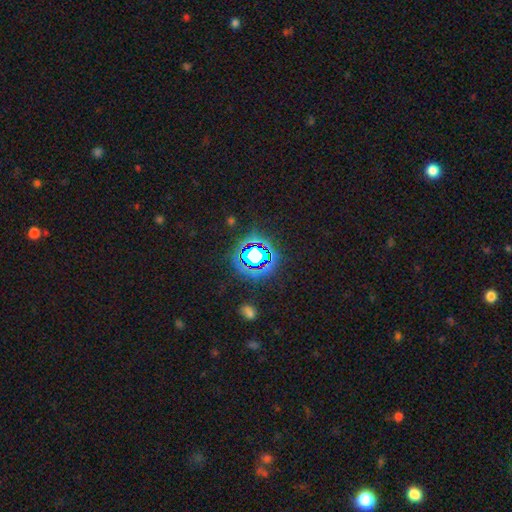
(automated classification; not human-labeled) Overall: star or artifact (69%).